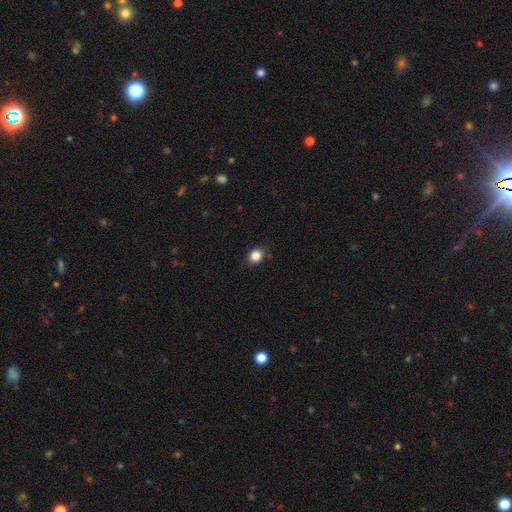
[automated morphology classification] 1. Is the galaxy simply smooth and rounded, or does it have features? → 86% smooth, 11% star or artifact, 4% featured or disk.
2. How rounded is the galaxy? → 68% round, 31% in between, 1% cigar-shaped.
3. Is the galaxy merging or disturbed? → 87% none, 9% minor disturbance, 2% major disturbance, 1% merger.